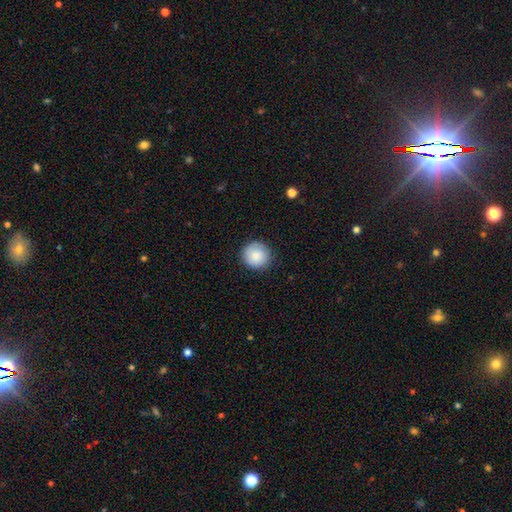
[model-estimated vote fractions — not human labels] Smooth or featured? Predicted: smooth (p=0.84). How rounded? Predicted: round (p=0.94). Merging? Predicted: none (p=0.88).